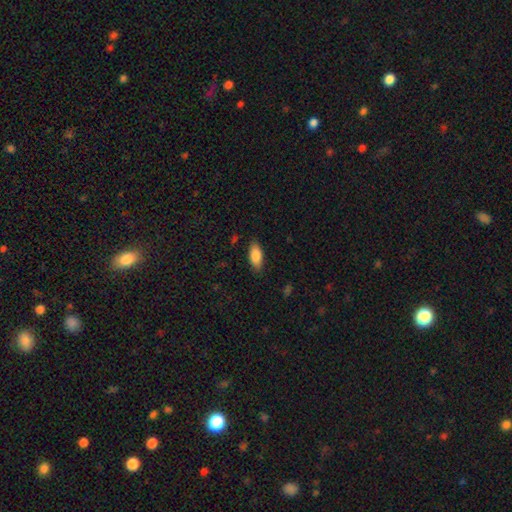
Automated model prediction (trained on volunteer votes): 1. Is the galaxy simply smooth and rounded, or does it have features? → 86% smooth, 8% featured or disk, 6% star or artifact.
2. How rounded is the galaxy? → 87% in between, 11% cigar-shaped, 2% round.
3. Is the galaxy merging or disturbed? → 84% none, 12% minor disturbance, 3% major disturbance, 1% merger.